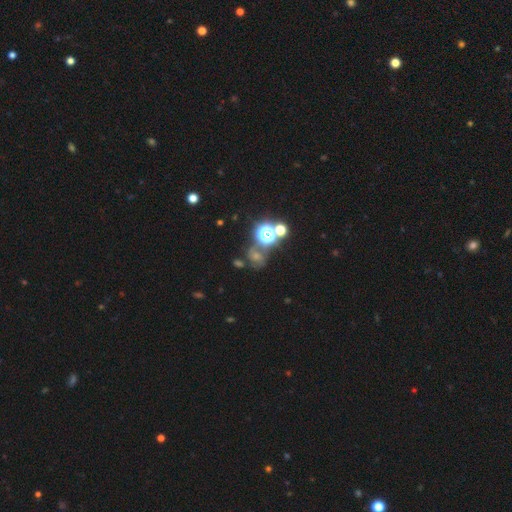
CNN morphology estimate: Smooth or featured? Predicted: star or artifact (p=0.66).